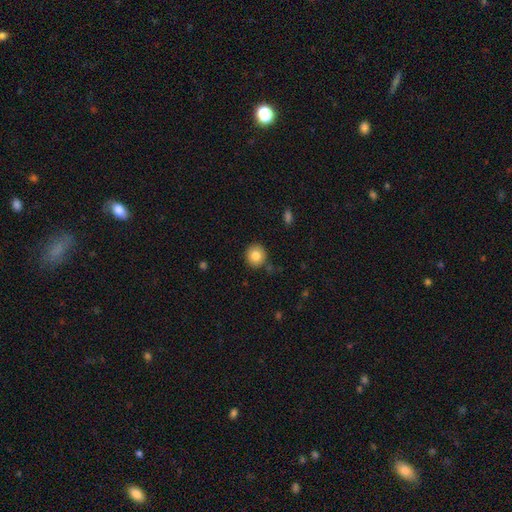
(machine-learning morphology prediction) smooth-or-featured: smooth: 83% | star or artifact: 9% | featured or disk: 8%
  how-rounded: round: 90% | in between: 9% | cigar-shaped: 1%
  merging: none: 85% | minor disturbance: 10% | merger: 3% | major disturbance: 2%